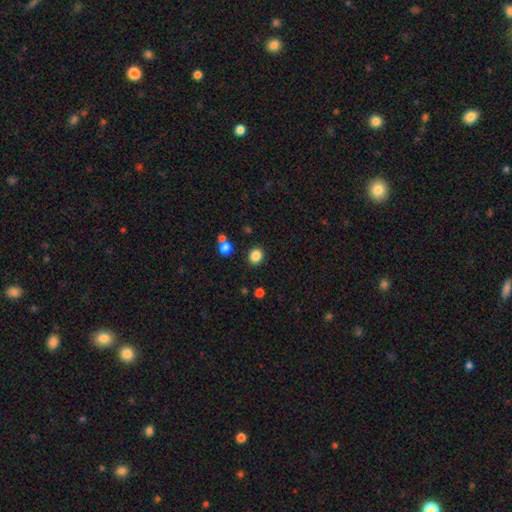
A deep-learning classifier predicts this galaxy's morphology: type=smooth (85%); roundness=round (75%); merging=none (88%).